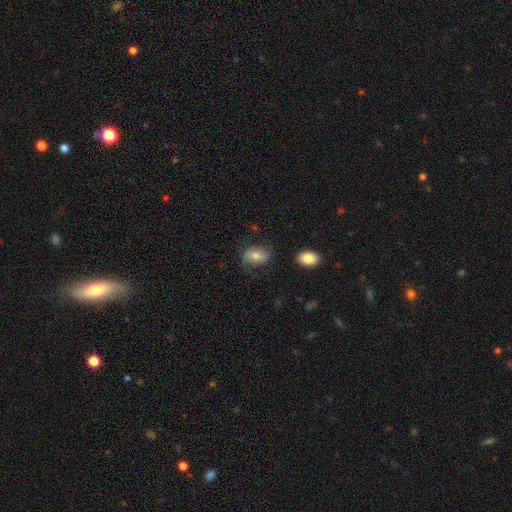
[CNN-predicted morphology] Smooth or featured: smooth — 58% (featured or disk — 33%)
How rounded: in between — 77% (round — 22%)
Merging: none — 61% (minor disturbance — 24%)